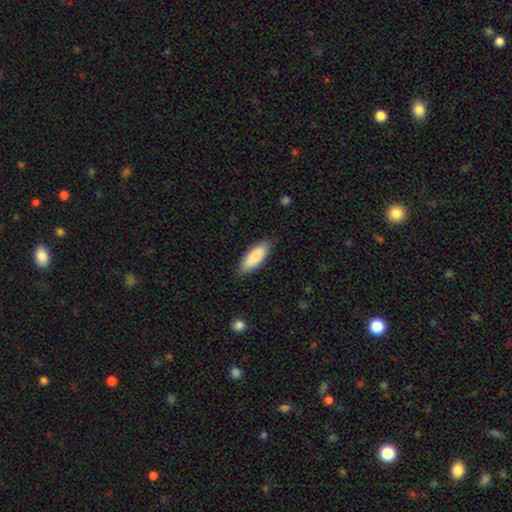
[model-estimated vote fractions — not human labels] This appears to be a smooth galaxy with no disk features (84%) that is in between round and cigar-shaped (72%). Merging: none (87%).